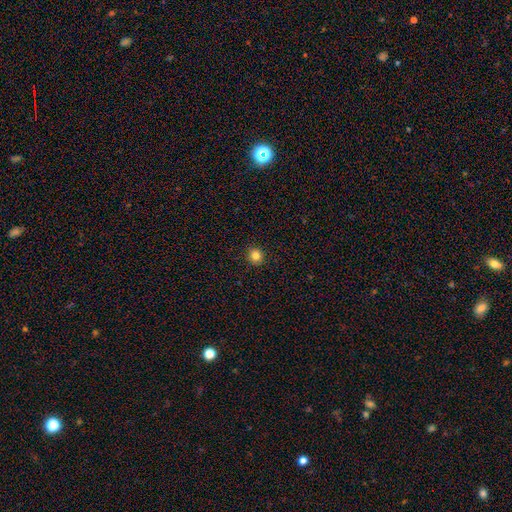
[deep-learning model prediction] Smooth or featured?
  - smooth: 82% *
  - star or artifact: 13%
  - featured or disk: 5%
How rounded?
  - round: 91% *
  - in between: 8%
  - cigar-shaped: 1%
Merging?
  - none: 93% *
  - minor disturbance: 5%
  - major disturbance: 1%
  - merger: 1%